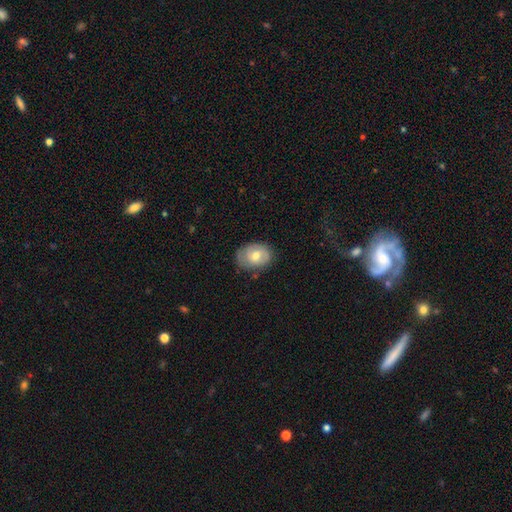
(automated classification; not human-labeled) Morphology: type=smooth (56%); roundness=in between (67%); merging=none (70%).